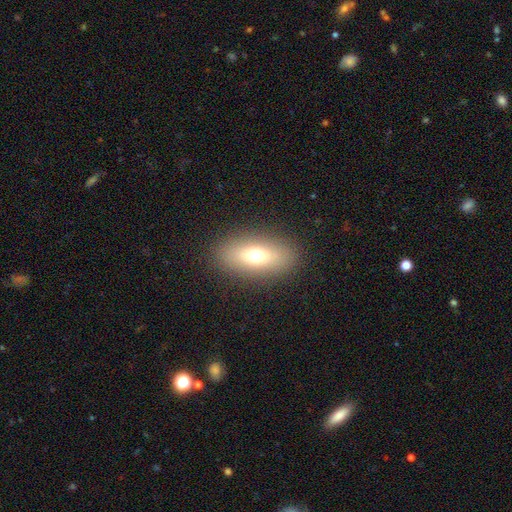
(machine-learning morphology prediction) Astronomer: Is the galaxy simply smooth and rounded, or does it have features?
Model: smooth — 67%.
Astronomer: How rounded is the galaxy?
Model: in between — 79%.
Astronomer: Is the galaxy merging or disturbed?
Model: none — 88%.